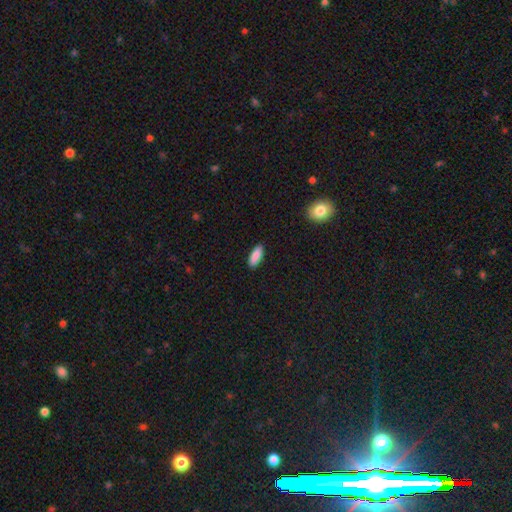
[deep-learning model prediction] Smooth or featured: smooth — 89% (star or artifact — 6%)
How rounded: in between — 65% (cigar-shaped — 33%)
Merging: none — 90% (minor disturbance — 8%)